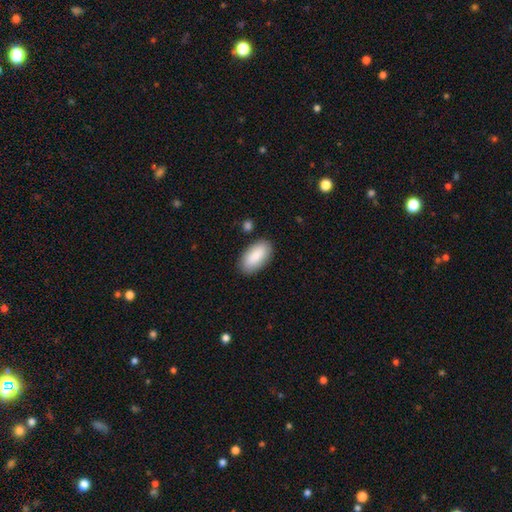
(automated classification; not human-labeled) Smooth or featured?
  - smooth: 85% *
  - featured or disk: 9%
  - star or artifact: 6%
How rounded?
  - in between: 94% *
  - cigar-shaped: 4%
  - round: 2%
Merging?
  - none: 85% *
  - minor disturbance: 10%
  - major disturbance: 2%
  - merger: 2%